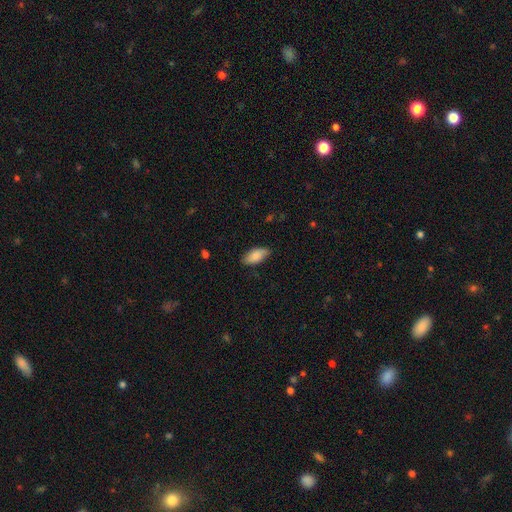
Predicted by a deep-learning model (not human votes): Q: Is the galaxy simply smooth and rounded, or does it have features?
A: smooth — 84%.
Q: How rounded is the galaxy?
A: in between — 91%.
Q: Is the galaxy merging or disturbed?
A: none — 79%.